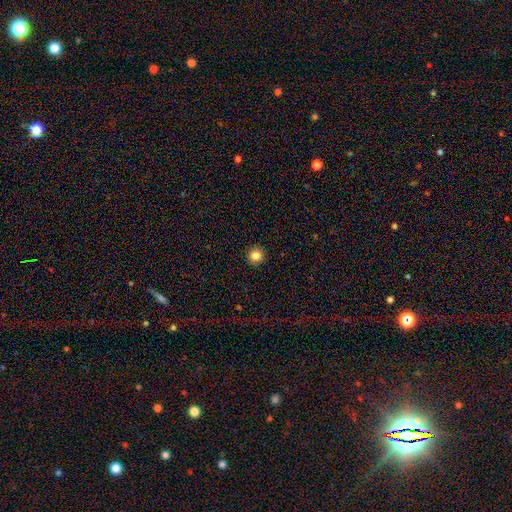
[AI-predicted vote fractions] Smooth or featured? smooth (84%)
How rounded? round (94%)
Merging? none (92%)